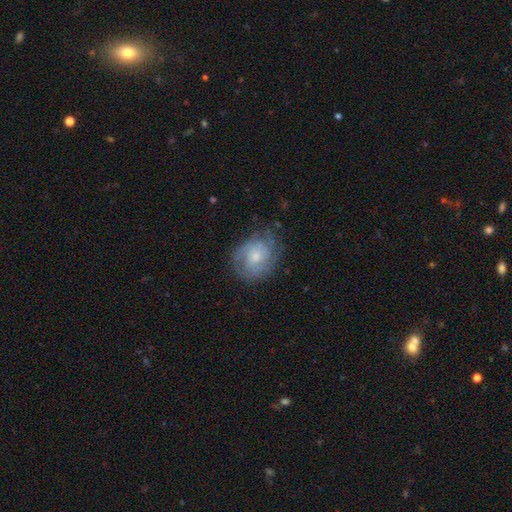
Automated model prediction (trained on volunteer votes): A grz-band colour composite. It shows a featured or disk galaxy (62%) with no bar (73%), spiral arms (83%) and a small central bulge (46%). Merging: none (66%).